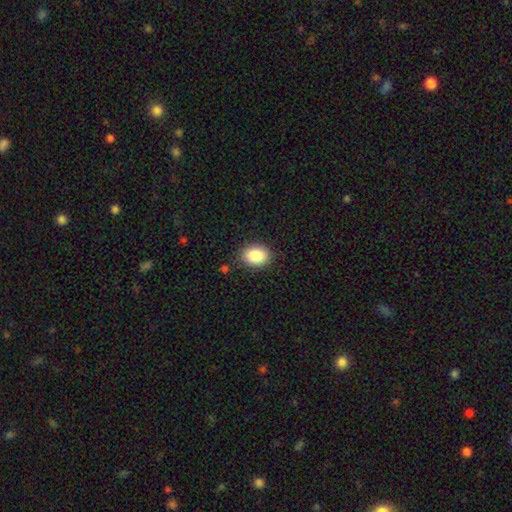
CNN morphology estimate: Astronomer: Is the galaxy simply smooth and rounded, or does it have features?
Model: smooth — 87%.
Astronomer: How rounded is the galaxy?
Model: in between — 73%.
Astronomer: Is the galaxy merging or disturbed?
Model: none — 86%.